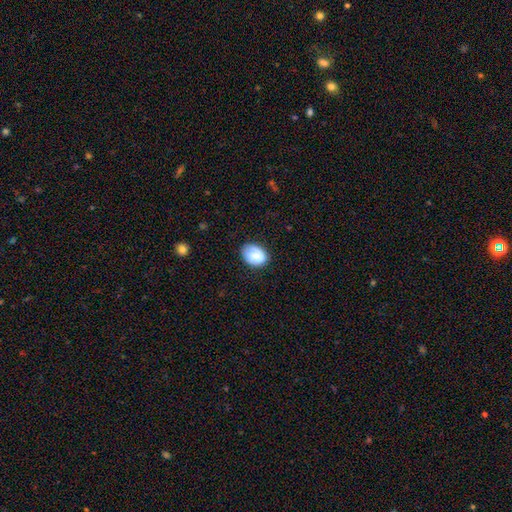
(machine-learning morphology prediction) Smooth or featured: smooth — 76% (featured or disk — 16%)
How rounded: in between — 69% (round — 30%)
Merging: none — 74% (minor disturbance — 20%)